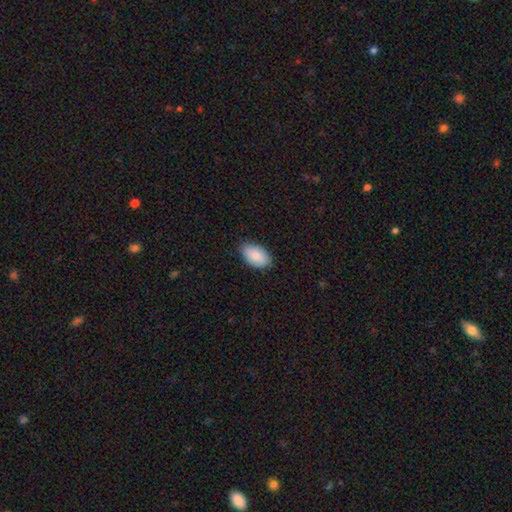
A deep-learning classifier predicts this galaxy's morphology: Q: Smooth or featured?
A: smooth (88%); runner-up: featured or disk (6%)
Q: How rounded?
A: in between (95%); runner-up: round (4%)
Q: Merging?
A: none (82%); runner-up: minor disturbance (15%)